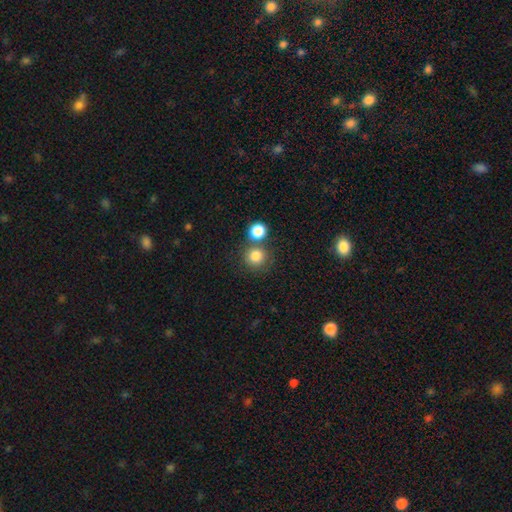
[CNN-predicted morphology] Overall: smooth (81%). How rounded: round (92%). Merging: none (68%).